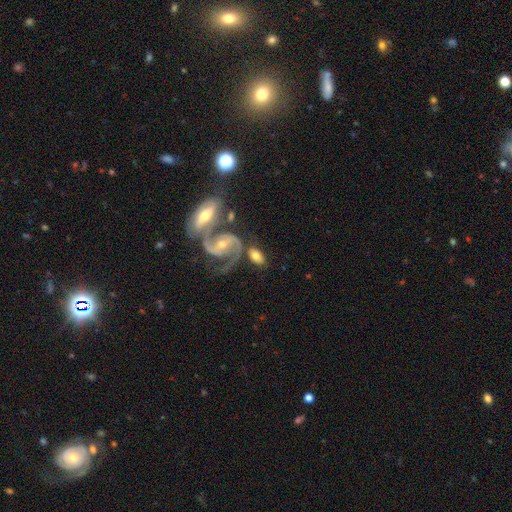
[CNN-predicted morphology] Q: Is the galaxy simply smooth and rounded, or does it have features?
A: featured or disk — 55%.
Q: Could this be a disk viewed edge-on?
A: no — 92%.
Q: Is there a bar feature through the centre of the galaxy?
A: no — 40%.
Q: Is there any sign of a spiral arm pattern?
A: yes — 89%.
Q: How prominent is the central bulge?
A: moderate — 51%.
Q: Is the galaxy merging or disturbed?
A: none — 48%.